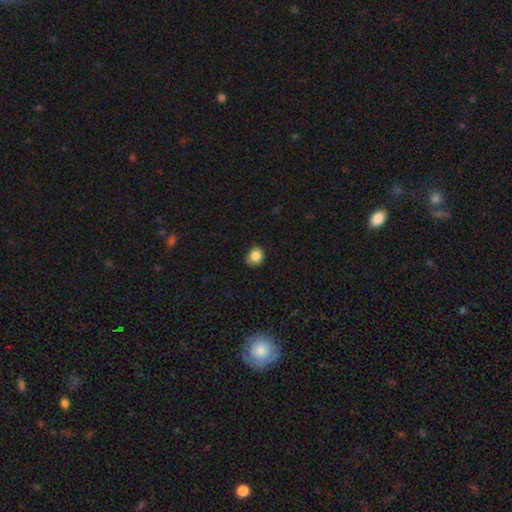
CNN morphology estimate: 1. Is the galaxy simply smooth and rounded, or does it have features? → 85% smooth, 10% star or artifact, 4% featured or disk.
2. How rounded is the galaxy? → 70% round, 30% in between, 1% cigar-shaped.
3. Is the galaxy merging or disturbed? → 72% none, 23% minor disturbance, 3% major disturbance, 2% merger.